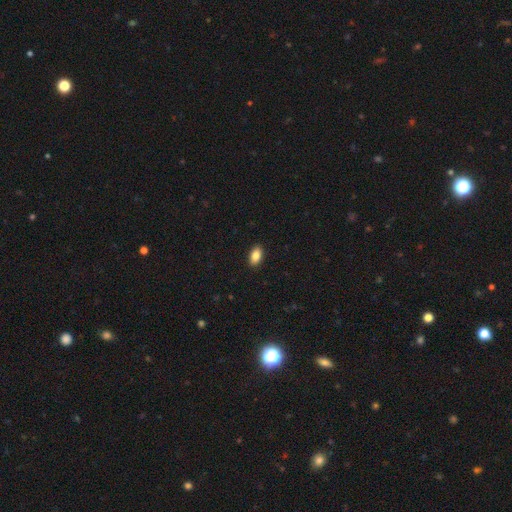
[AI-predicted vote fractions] Morphology: type=smooth (85%); roundness=in between (92%); merging=none (90%).